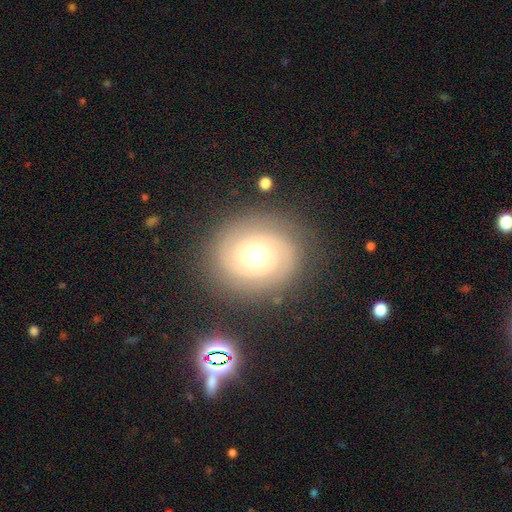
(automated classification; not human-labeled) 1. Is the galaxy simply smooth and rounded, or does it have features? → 82% featured or disk, 11% smooth, 7% star or artifact.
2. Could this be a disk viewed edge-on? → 98% no, 2% yes.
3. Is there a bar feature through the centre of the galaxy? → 78% no, 16% weak, 5% strong.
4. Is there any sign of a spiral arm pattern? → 95% yes, 5% no.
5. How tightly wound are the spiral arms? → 81% tight, 16% medium, 3% loose.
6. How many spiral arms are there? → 72% 2, 10% can't tell, 10% 3, 3% 1, 3% 4, 3% more than 4.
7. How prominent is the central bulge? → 69% moderate, 19% small, 9% large, 2% dominant, 1% none.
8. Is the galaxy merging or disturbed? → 85% none, 10% minor disturbance, 4% major disturbance, 2% merger.